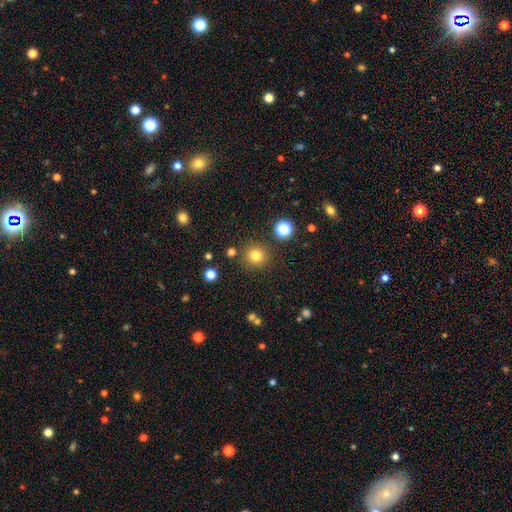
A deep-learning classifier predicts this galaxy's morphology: type=smooth (79%); roundness=round (94%); merging=none (87%).